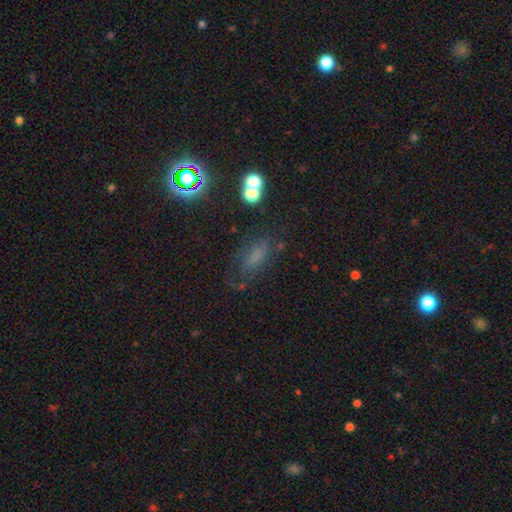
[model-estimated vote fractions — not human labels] Smooth or featured? smooth (52%)
How rounded? in between (60%)
Merging? none (61%)